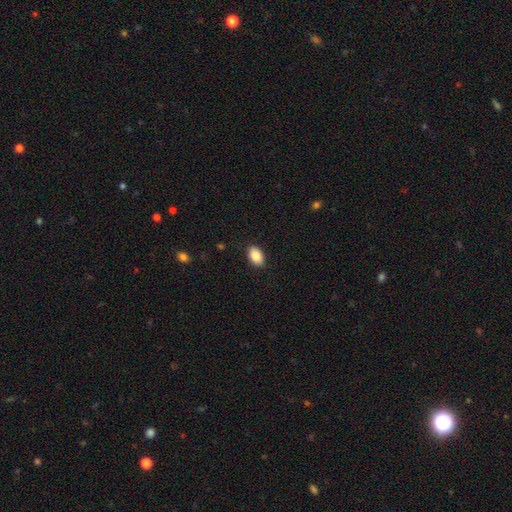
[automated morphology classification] smooth_or_featured: smooth (p=0.89) [alt: star or artifact p=0.07]
how_rounded: in between (p=0.91) [alt: round p=0.07]
merging: none (p=0.88) [alt: minor disturbance p=0.09]